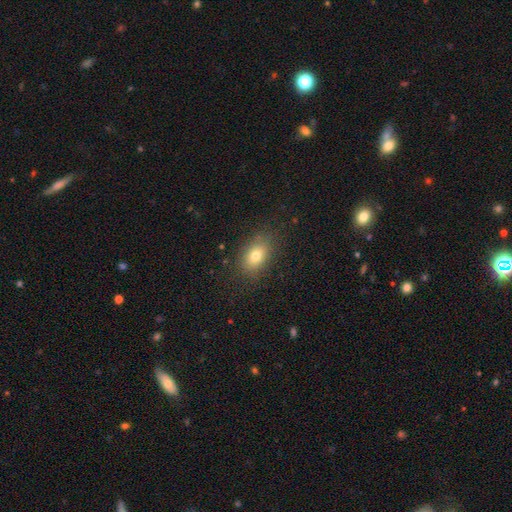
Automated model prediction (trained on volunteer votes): Morphology: type=smooth (77%); roundness=in between (80%); merging=none (83%).